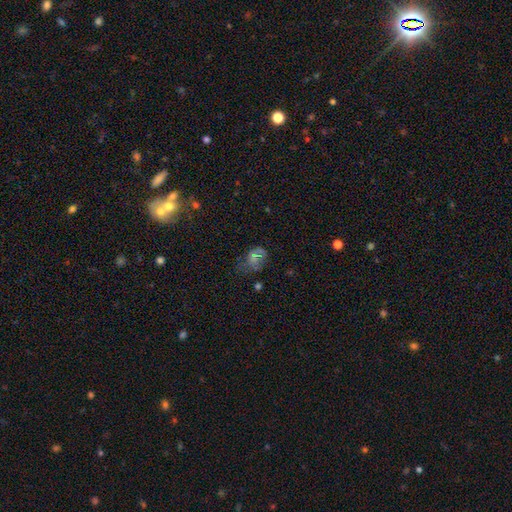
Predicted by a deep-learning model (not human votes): Overall: smooth (54%; featured or disk 27%). How rounded: in between (71%). Merging: none (36%; major disturbance 31%).